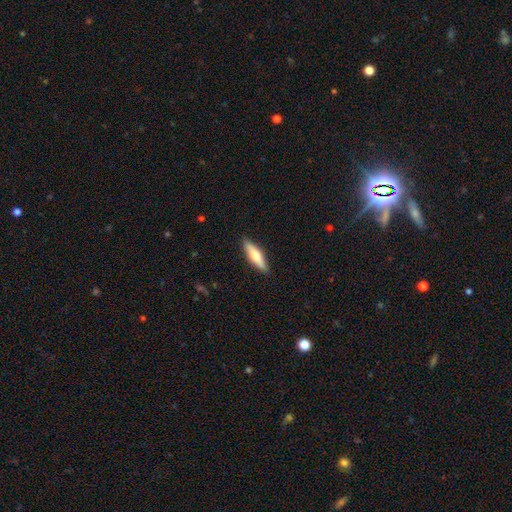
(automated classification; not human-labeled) A smooth galaxy with no disk features (64%) that is cigar-shaped (65%).

Vote fractions:
- Smooth or featured? smooth: 64% / featured or disk: 31% / star or artifact: 5%
- How rounded? cigar-shaped: 65% / in between: 33% / round: 2%
- Merging? none: 89% / minor disturbance: 9% / major disturbance: 2% / merger: 1%